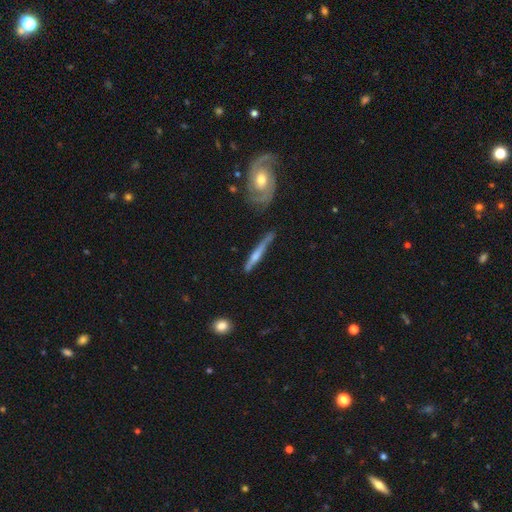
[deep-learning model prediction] This is likely a featured or disk galaxy (65%). It is clearly viewed edge-on (89%). Edge-on bulge: likely rounded (62%). Merging: likely none (65%).